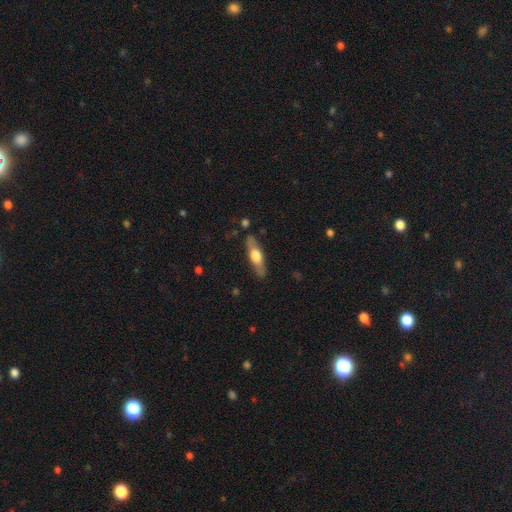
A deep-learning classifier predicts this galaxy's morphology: Smooth or featured? featured or disk (50%)
Merging? none (84%)